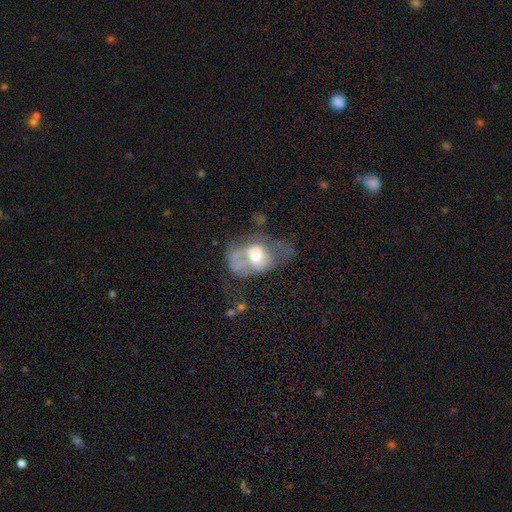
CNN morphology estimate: Smooth or featured?
  - featured or disk: 47% *
  - smooth: 45%
  - star or artifact: 8%
Merging?
  - major disturbance: 52% *
  - minor disturbance: 19%
  - none: 18%
  - merger: 11%